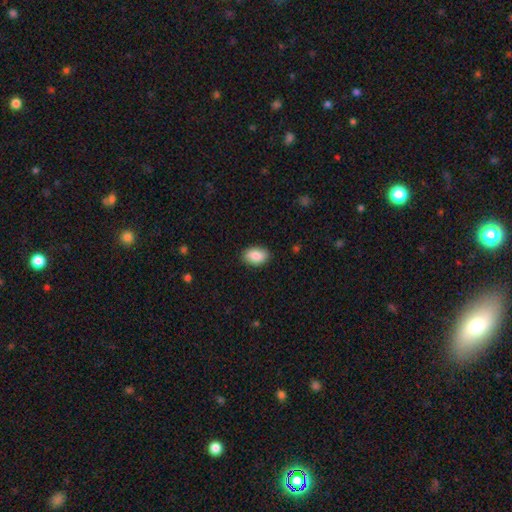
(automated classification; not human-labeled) A smooth galaxy with no disk features (87%) that is in between round and cigar-shaped (89%). Merging: none (88%).